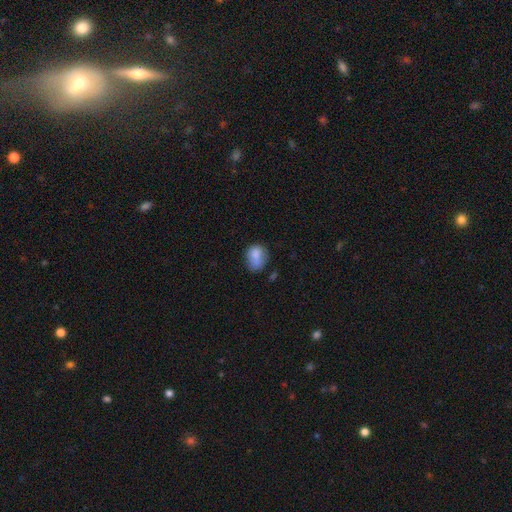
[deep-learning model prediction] smooth 81%, featured or disk 11%, star or artifact 9%. Down the decision tree: how rounded — in between (56%); merging — none (53%).